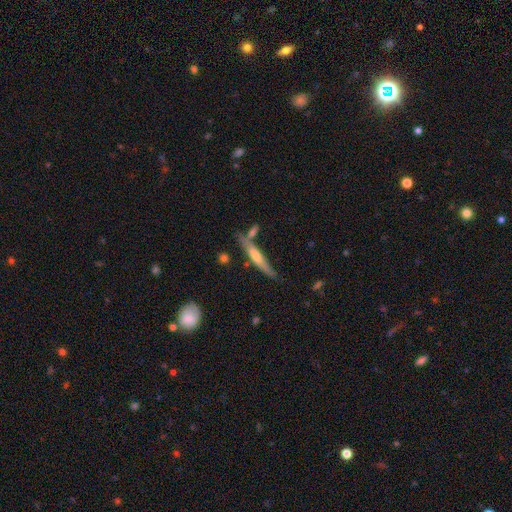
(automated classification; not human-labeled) Overall: featured or disk (62%; smooth 31%). Edge-on disk: yes (94%). Edge-on bulge: rounded (70%). Merging: none (71%).